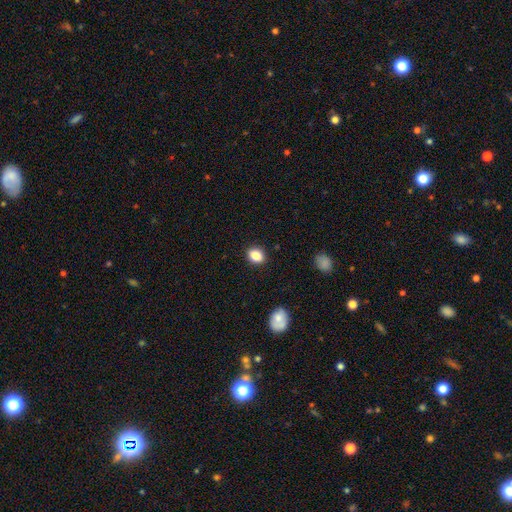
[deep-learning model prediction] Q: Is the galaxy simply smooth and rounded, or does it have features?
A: smooth — 85%.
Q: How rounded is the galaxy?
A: in between — 59%.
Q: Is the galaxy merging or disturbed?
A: none — 89%.